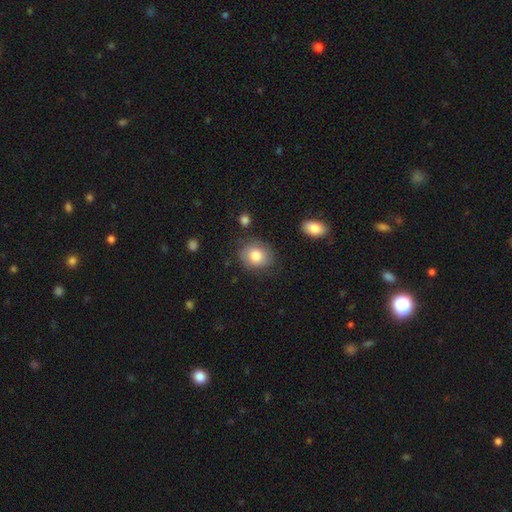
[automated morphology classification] This appears to be a smooth galaxy with no disk features (80%) that is round (64%). Merging: none (80%).